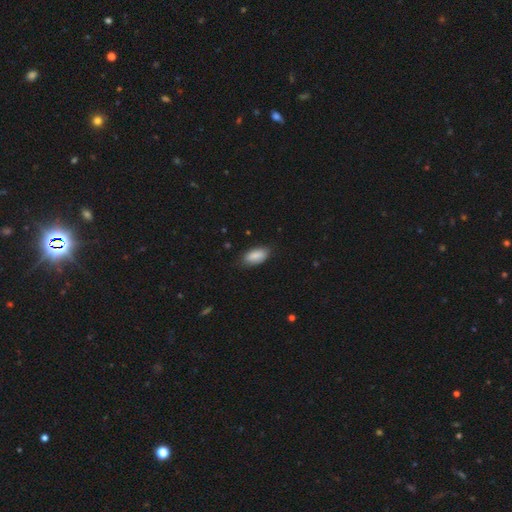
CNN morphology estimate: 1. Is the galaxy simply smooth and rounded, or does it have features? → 88% smooth, 6% star or artifact, 6% featured or disk.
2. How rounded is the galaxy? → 91% in between, 6% cigar-shaped, 2% round.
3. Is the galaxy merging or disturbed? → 78% none, 18% minor disturbance, 3% major disturbance, 1% merger.